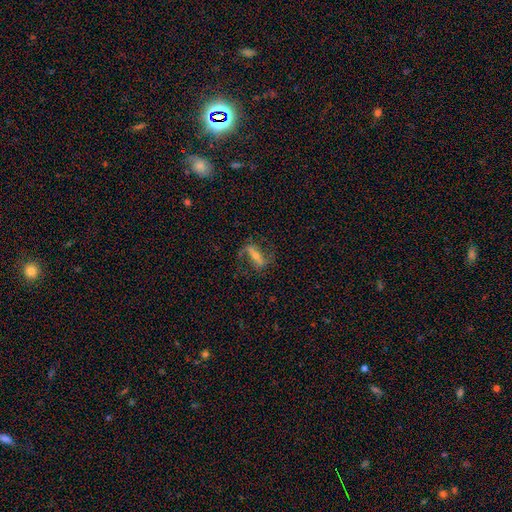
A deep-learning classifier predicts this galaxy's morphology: A featured or disk galaxy (71%) with a strong bar (57%), spiral arms (82%) and a small central bulge (46%).

Vote fractions:
- Smooth or featured? featured or disk: 71% / smooth: 18% / star or artifact: 12%
- Edge-on disk? no: 82% / yes: 18%
- Bar? strong: 57% / weak: 26% / no: 17%
- Spiral arms? yes: 82% / no: 18%
- Bulge size? small: 46% / moderate: 43% / none: 5% / large: 5% / dominant: 2%
- Merging? none: 68% / minor disturbance: 15% / major disturbance: 15% / merger: 2%